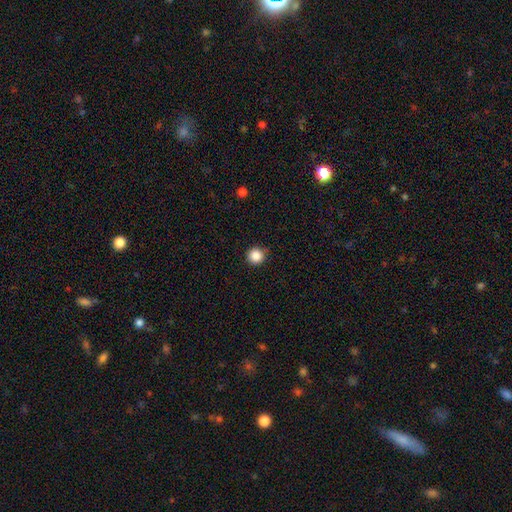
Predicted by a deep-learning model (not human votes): Smooth or featured? smooth (86%)
How rounded? round (96%)
Merging? none (90%)